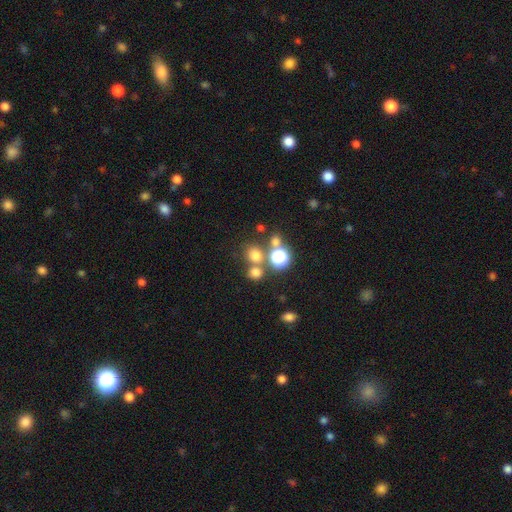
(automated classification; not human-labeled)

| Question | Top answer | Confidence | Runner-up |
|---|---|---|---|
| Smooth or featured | smooth | 68% | star or artifact (23%) |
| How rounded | round | 78% | in between (21%) |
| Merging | none | 60% | merger (27%) |